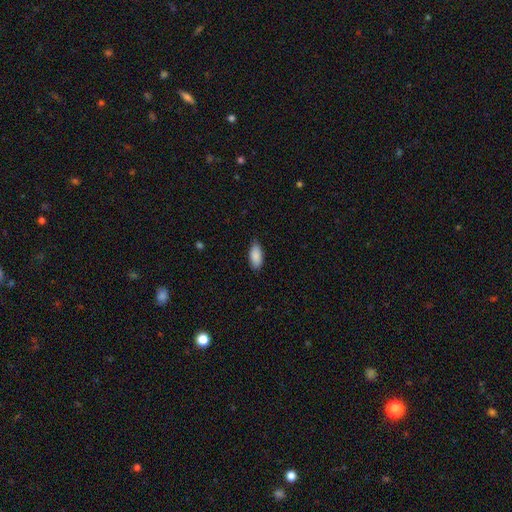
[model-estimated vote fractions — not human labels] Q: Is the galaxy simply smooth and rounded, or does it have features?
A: smooth — 89%.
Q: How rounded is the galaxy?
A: in between — 89%.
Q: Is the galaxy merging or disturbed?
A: none — 78%.